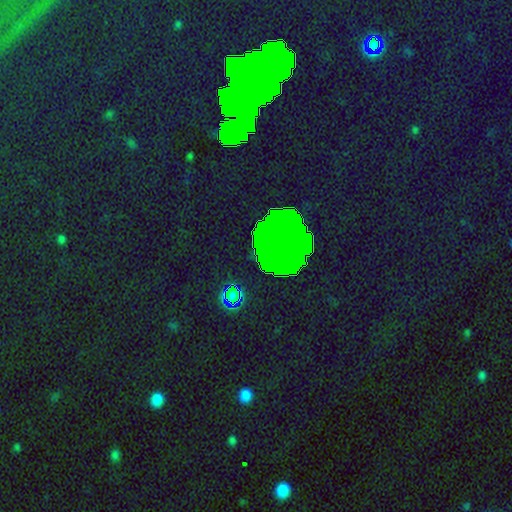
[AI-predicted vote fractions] smooth_or_featured: star or artifact (p=0.73) [alt: smooth p=0.17]